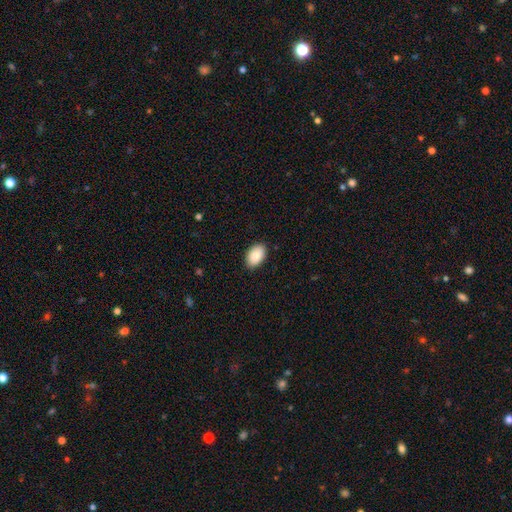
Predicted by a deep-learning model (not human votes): Smooth or featured? Predicted: smooth (p=0.90). How rounded? Predicted: in between (p=0.92). Merging? Predicted: none (p=0.89).